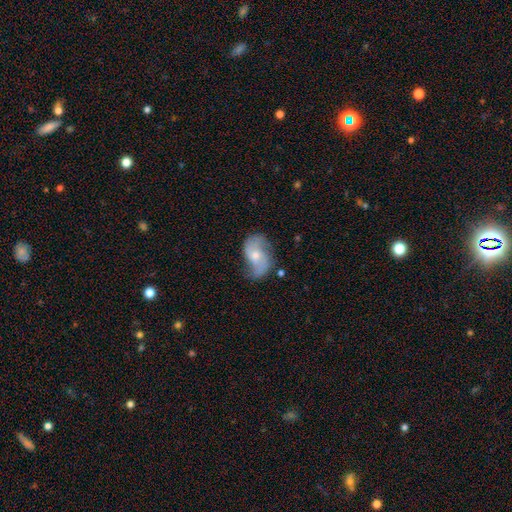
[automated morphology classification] The model was most divided on "bulge size": moderate: 47%, small: 44%, none: 4%, large: 3%, dominant: 1%. More confident: edge-on disk — no (97%); spiral arms — yes (89%); spiral arm count — 2 (85%); smooth or featured — featured or disk (69%); bar — no (58%); merging — none (56%); spiral winding — loose (51%).